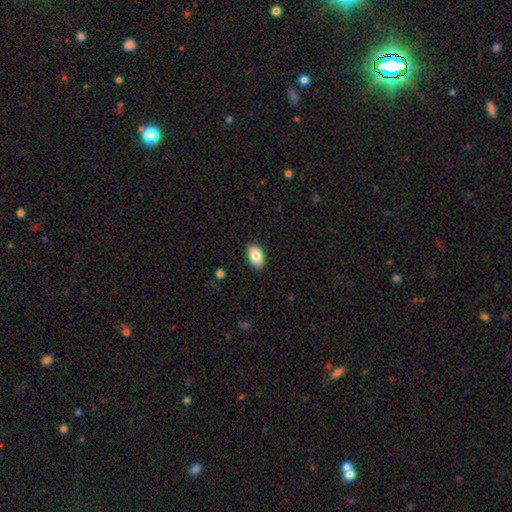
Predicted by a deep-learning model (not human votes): Morphology: type=smooth (86%); roundness=in between (93%); merging=none (90%).